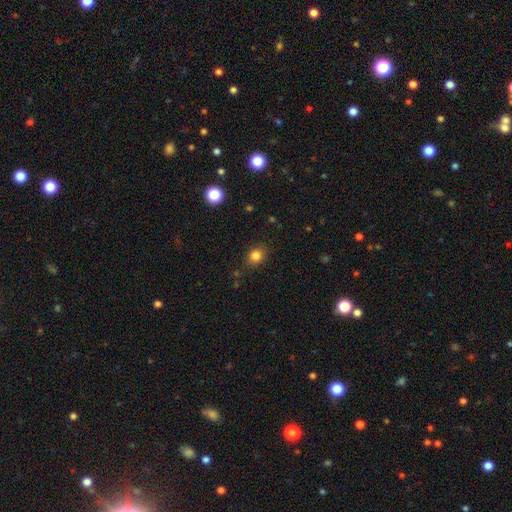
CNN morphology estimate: The model was most divided on "how rounded": round: 68%, in between: 31%, cigar-shaped: 1%. More confident: smooth or featured — smooth (82%); merging — none (82%).